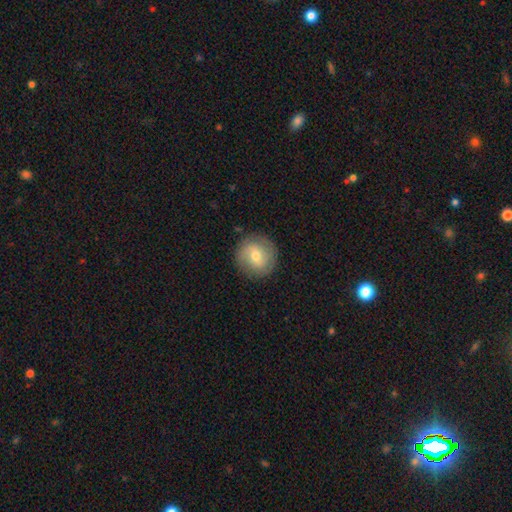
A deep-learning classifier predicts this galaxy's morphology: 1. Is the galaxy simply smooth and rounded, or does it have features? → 53% smooth, 40% featured or disk, 7% star or artifact.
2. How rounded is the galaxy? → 92% round, 7% in between, 1% cigar-shaped.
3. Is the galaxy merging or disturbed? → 86% none, 10% minor disturbance, 3% major disturbance, 1% merger.